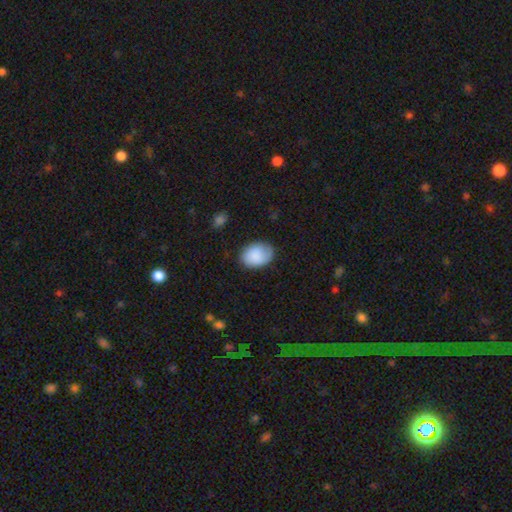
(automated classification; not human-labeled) This appears to be a smooth galaxy with no disk features (85%) that is in between round and cigar-shaped (75%). Merging: none (73%).